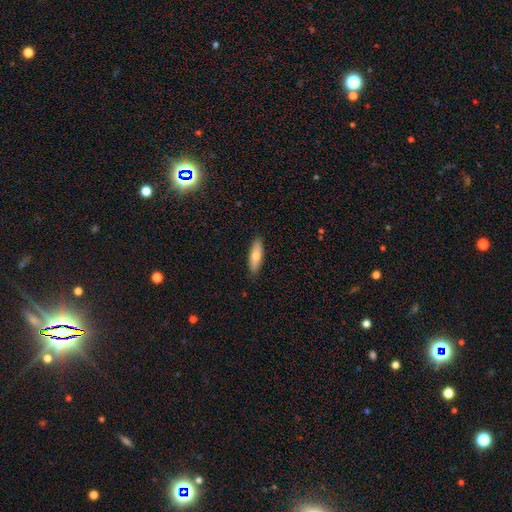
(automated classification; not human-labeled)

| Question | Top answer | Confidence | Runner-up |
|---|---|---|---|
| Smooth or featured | smooth | 69% | featured or disk (24%) |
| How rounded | cigar-shaped | 54% | in between (44%) |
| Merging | none | 89% | minor disturbance (9%) |